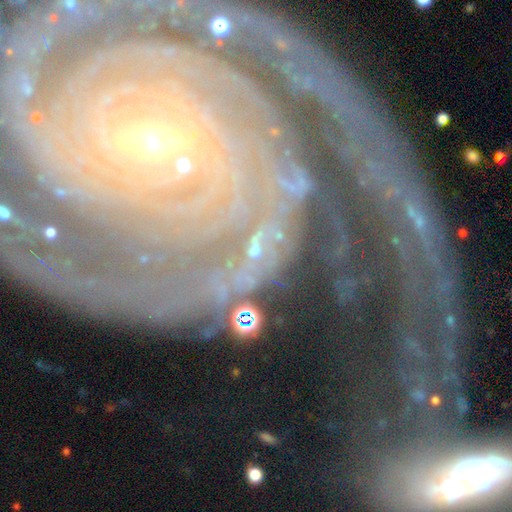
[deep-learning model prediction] Smooth or featured? featured or disk (44%)
Merging? none (45%)